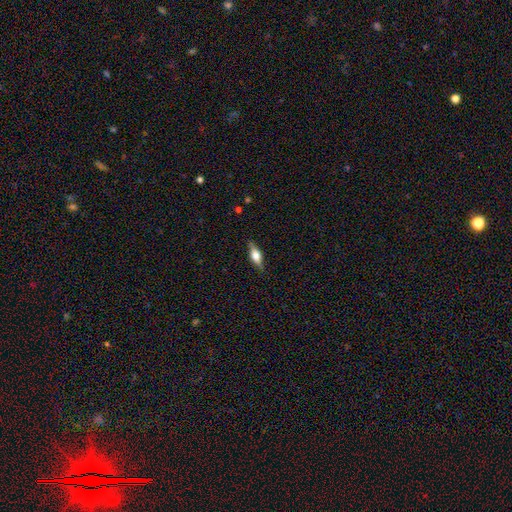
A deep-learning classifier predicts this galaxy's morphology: Smooth or featured?
  - featured or disk: 48% *
  - smooth: 45%
  - star or artifact: 7%
Merging?
  - none: 84% *
  - minor disturbance: 12%
  - major disturbance: 3%
  - merger: 1%